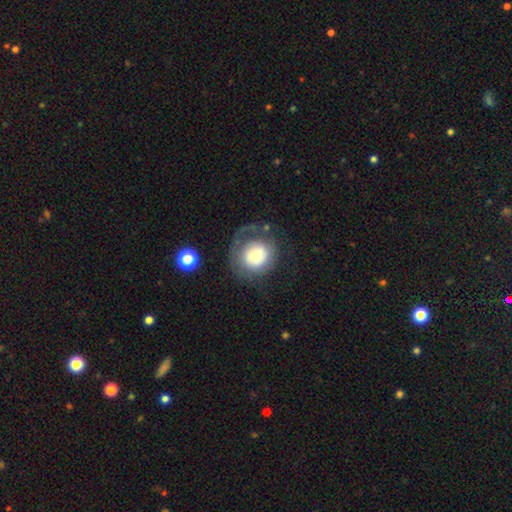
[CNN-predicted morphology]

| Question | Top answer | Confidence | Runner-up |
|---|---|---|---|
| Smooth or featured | smooth | 62% | featured or disk (28%) |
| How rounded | round | 83% | in between (16%) |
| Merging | none | 45% | major disturbance (29%) |